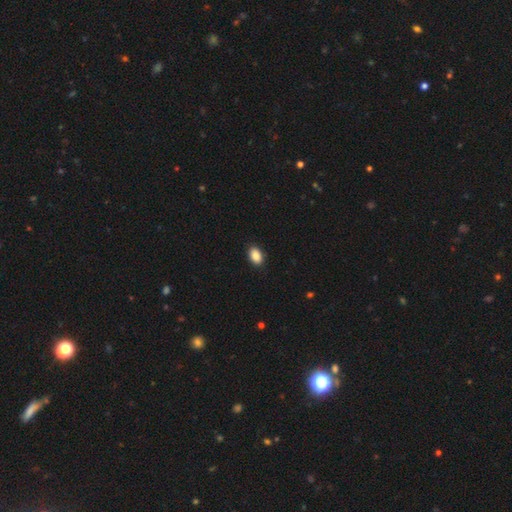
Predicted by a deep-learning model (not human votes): smooth 89%, star or artifact 7%, featured or disk 3%. Down the decision tree: how rounded — in between (89%); merging — none (89%).